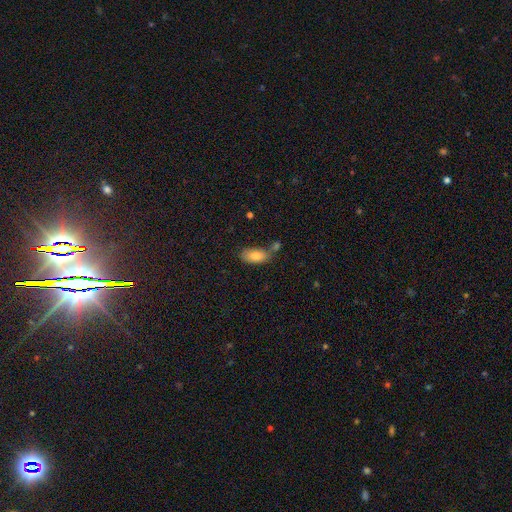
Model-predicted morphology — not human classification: A smooth galaxy with no disk features (81%) that is in between round and cigar-shaped (92%).

Vote fractions:
- Smooth or featured? smooth: 81% / featured or disk: 11% / star or artifact: 8%
- How rounded? in between: 92% / cigar-shaped: 4% / round: 4%
- Merging? none: 53% / merger: 22% / minor disturbance: 19% / major disturbance: 6%